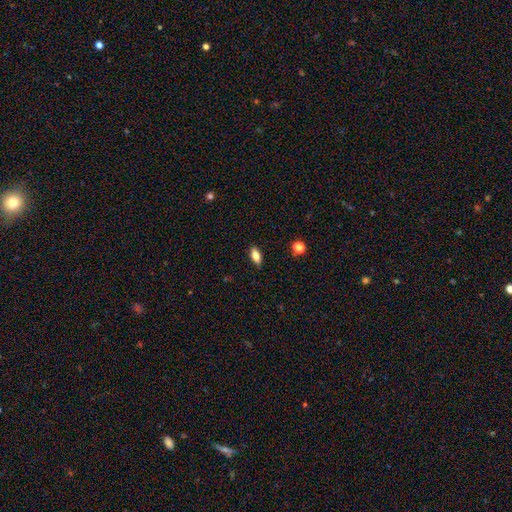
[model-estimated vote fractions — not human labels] Smooth or featured?
  - smooth: 75% *
  - featured or disk: 16%
  - star or artifact: 8%
How rounded?
  - in between: 83% *
  - cigar-shaped: 13%
  - round: 4%
Merging?
  - none: 88% *
  - minor disturbance: 9%
  - major disturbance: 2%
  - merger: 1%